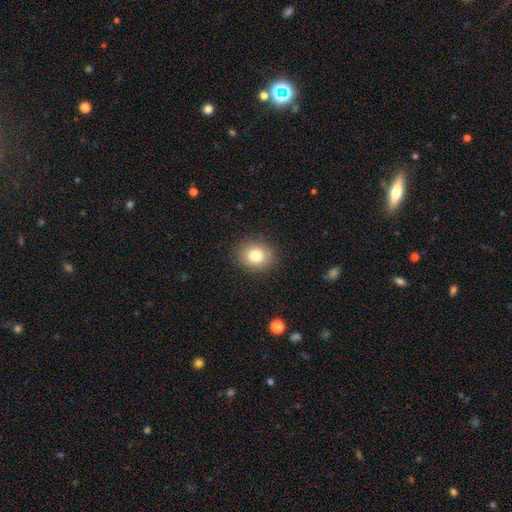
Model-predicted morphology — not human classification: Smooth or featured?
  - smooth: 80% *
  - star or artifact: 10%
  - featured or disk: 10%
How rounded?
  - round: 65% *
  - in between: 34%
  - cigar-shaped: 1%
Merging?
  - none: 88% *
  - minor disturbance: 8%
  - major disturbance: 3%
  - merger: 1%